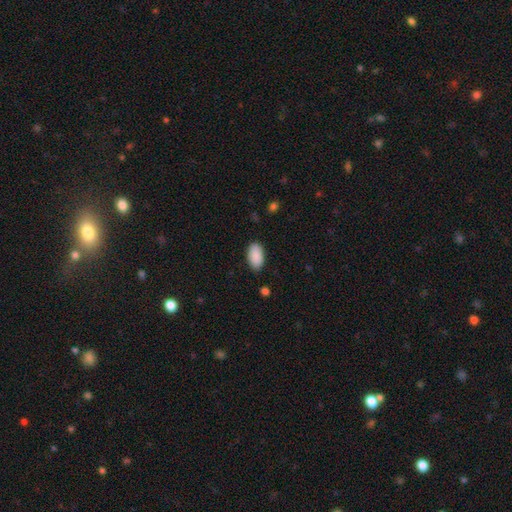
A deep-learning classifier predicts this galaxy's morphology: A smooth galaxy with no disk features (90%) that is in between round and cigar-shaped (95%).

Vote fractions:
- Smooth or featured? smooth: 90% / star or artifact: 6% / featured or disk: 4%
- How rounded? in between: 95% / round: 3% / cigar-shaped: 2%
- Merging? none: 86% / minor disturbance: 11% / major disturbance: 2% / merger: 1%